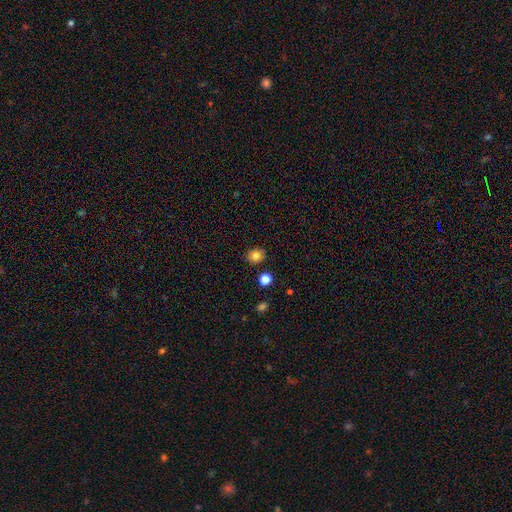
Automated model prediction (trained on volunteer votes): Smooth or featured? smooth (83%)
How rounded? round (69%)
Merging? none (87%)